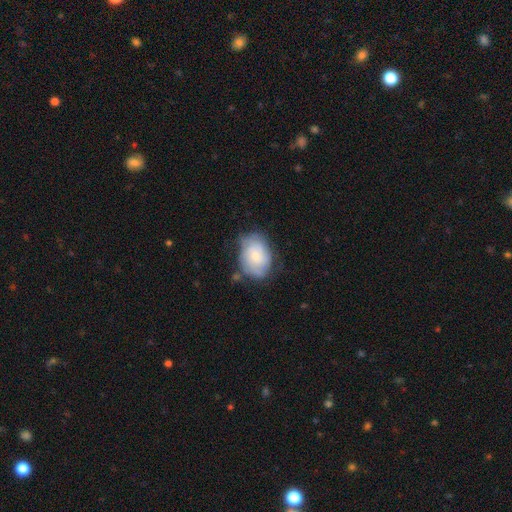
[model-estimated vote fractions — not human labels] This appears to be a smooth galaxy with no disk features (49%). Merging: none (58%).